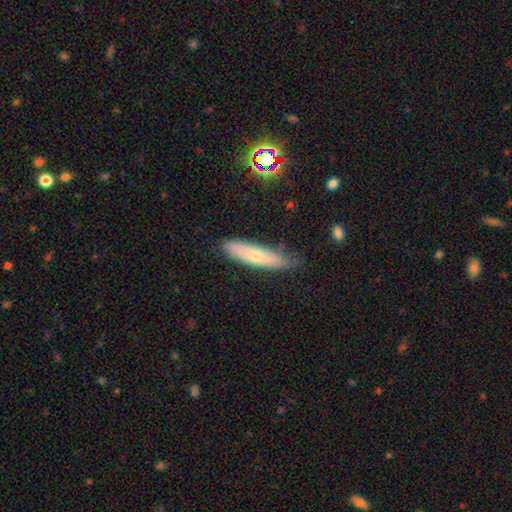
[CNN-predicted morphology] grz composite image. It shows a smooth galaxy with no disk features (57%) that is cigar-shaped (74%). Merging: none (73%).